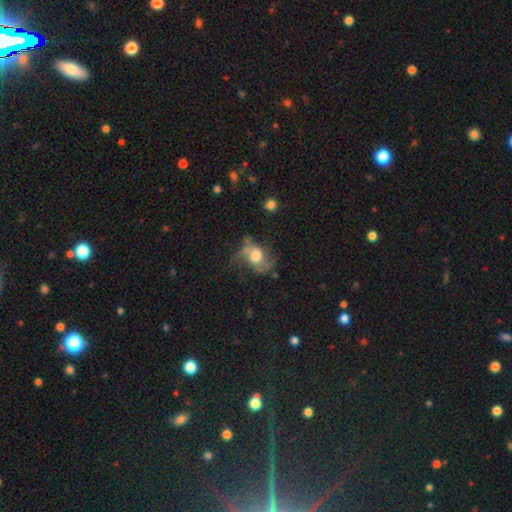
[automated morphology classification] Smooth or featured? Predicted: featured or disk (p=0.74). Edge-on disk? Predicted: no (p=0.97). Bar? Predicted: no (p=0.61). Spiral arms? Predicted: yes (p=0.91). Spiral winding? Predicted: loose (p=0.57). Spiral arm count? Predicted: 2 (p=0.87). Bulge size? Predicted: moderate (p=0.51). Merging? Predicted: none (p=0.56).